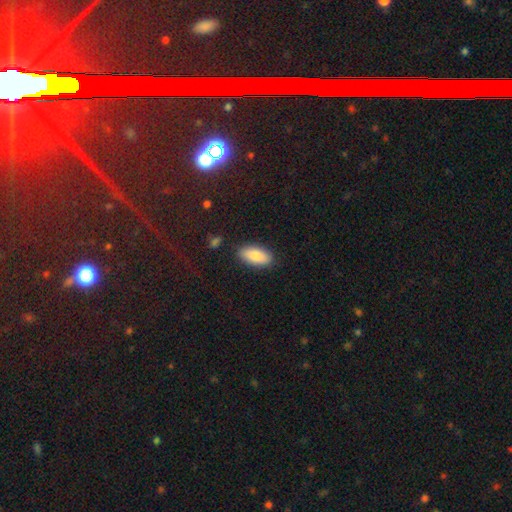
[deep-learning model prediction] Smooth or featured? Predicted: smooth (p=0.85). How rounded? Predicted: in between (p=0.90). Merging? Predicted: none (p=0.85).